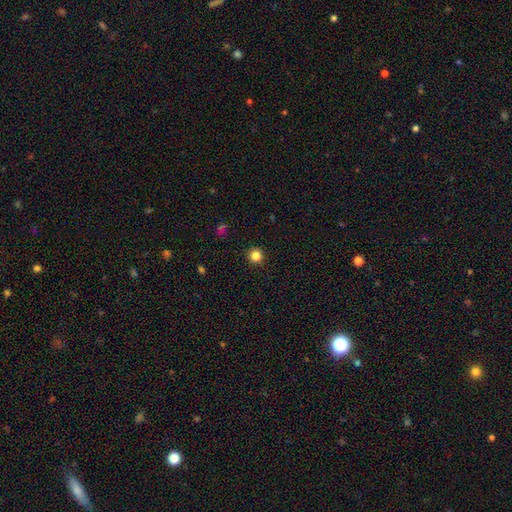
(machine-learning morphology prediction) The model was most divided on "smooth or featured": smooth: 84%, star or artifact: 12%, featured or disk: 4%. More confident: how rounded — round (96%); merging — none (93%).